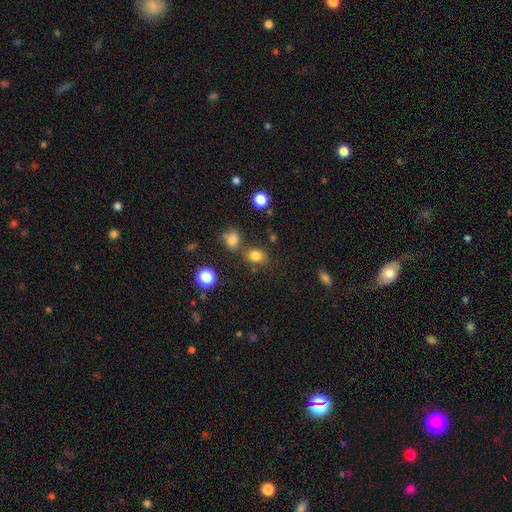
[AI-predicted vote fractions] smooth 80%, star or artifact 14%, featured or disk 6%. Down the decision tree: how rounded — in between (56%); merging — none (71%).